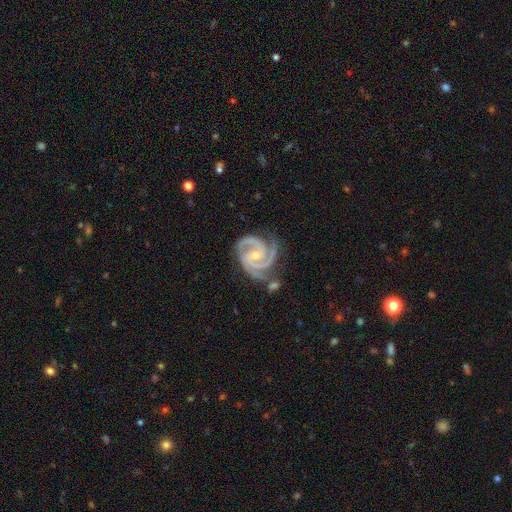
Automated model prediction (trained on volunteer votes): Q: Smooth or featured?
A: featured or disk (94%); runner-up: star or artifact (3%)
Q: Edge-on disk?
A: no (98%); runner-up: yes (2%)
Q: Bar?
A: no (59%); runner-up: weak (29%)
Q: Spiral arms?
A: yes (99%); runner-up: no (1%)
Q: Spiral winding?
A: tight (65%); runner-up: medium (32%)
Q: Spiral arm count?
A: 3 (71%); runner-up: 2 (15%)
Q: Bulge size?
A: small (58%); runner-up: moderate (39%)
Q: Merging?
A: none (67%); runner-up: minor disturbance (22%)